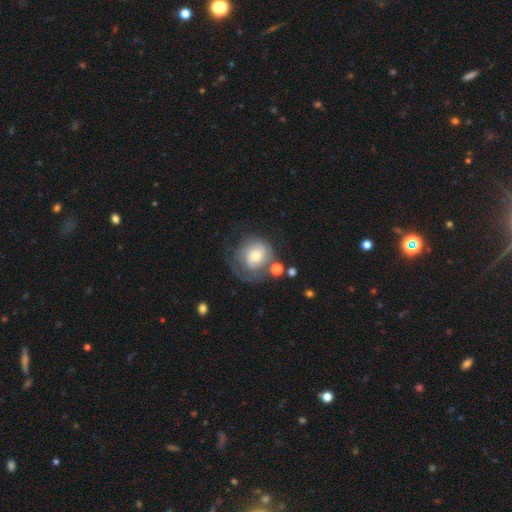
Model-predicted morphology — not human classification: smooth_or_featured: featured or disk (p=0.52) [alt: smooth p=0.41]
disk_edge_on: no (p=0.97) [alt: yes p=0.03]
merging: none (p=0.46) [alt: major disturbance p=0.23]